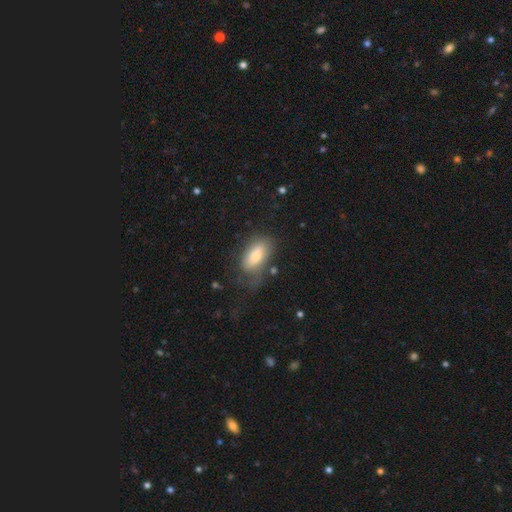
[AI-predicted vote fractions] This appears to be a smooth galaxy with no disk features (74%) that is in between round and cigar-shaped (90%). Merging: none (45%).